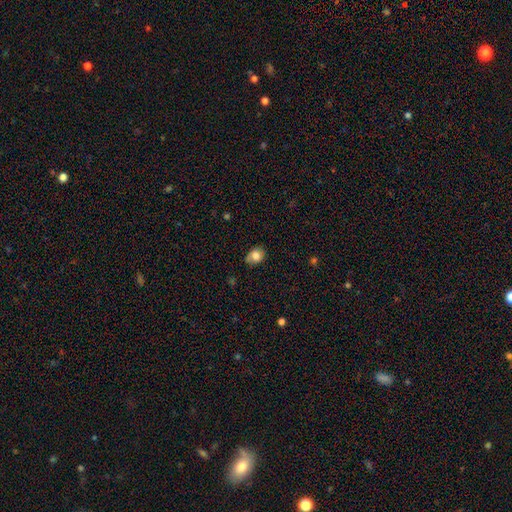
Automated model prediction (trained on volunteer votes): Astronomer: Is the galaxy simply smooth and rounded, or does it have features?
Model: smooth — 77%.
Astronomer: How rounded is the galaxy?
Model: in between — 57% (runner-up: round, 42%).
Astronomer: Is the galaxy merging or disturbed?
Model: none — 66%.